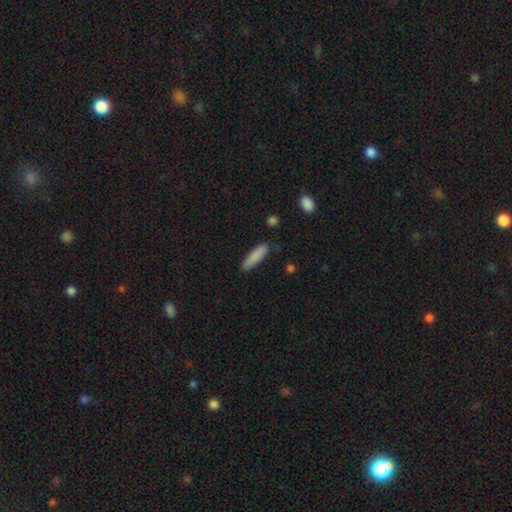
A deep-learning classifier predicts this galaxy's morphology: Smooth or featured? smooth (85%)
How rounded? cigar-shaped (72%)
Merging? none (82%)